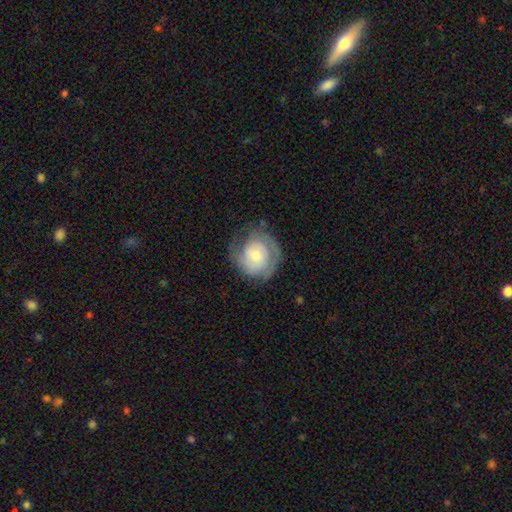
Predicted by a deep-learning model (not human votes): This appears to be a featured or disk galaxy (63%) with no bar (78%), 2 (45%) tight (60%) spiral arms (86%) and a small central bulge (47%). Merging: none (66%).